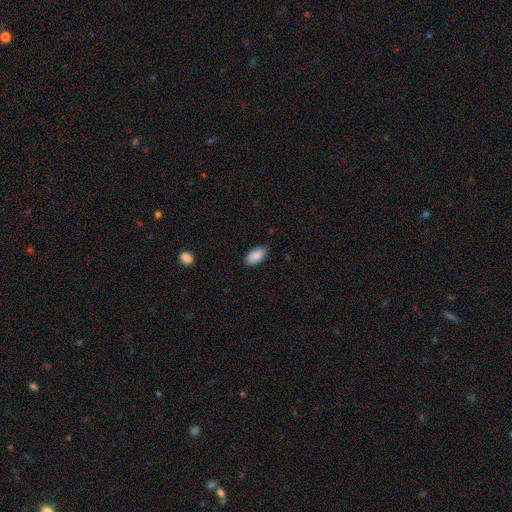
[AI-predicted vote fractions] This appears to be a smooth galaxy with no disk features (90%) that is in between round and cigar-shaped (94%). Merging: none (86%).